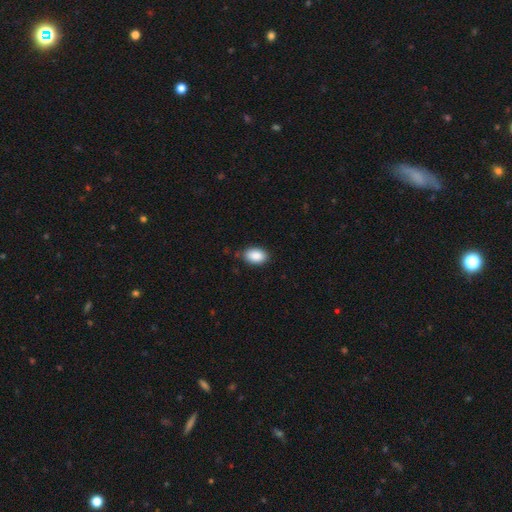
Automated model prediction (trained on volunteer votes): A smooth galaxy with no disk features (89%) that is in between round and cigar-shaped (91%).

Vote fractions:
- Smooth or featured? smooth: 89% / star or artifact: 7% / featured or disk: 4%
- How rounded? in between: 91% / round: 7% / cigar-shaped: 1%
- Merging? none: 83% / minor disturbance: 14% / major disturbance: 2% / merger: 1%